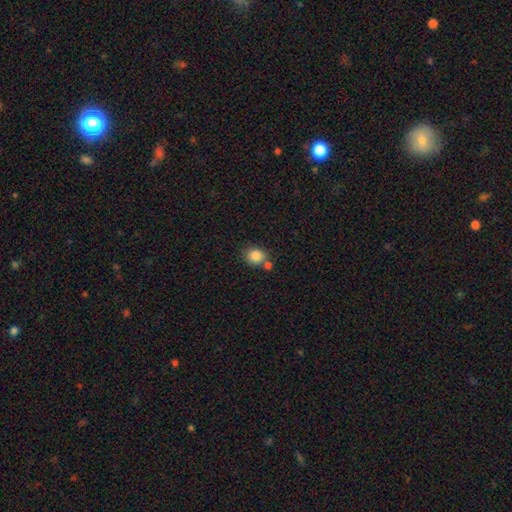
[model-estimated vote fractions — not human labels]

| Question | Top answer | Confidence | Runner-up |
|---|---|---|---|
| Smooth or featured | smooth | 85% | star or artifact (10%) |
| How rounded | round | 79% | in between (20%) |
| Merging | none | 62% | merger (22%) |